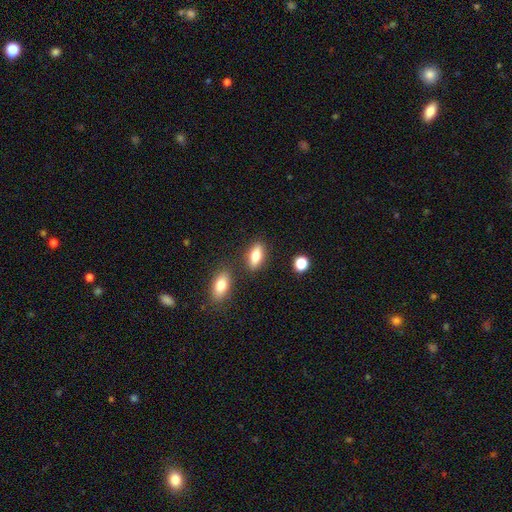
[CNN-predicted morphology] smooth-or-featured: smooth: 73% | featured or disk: 19% | star or artifact: 8%
  how-rounded: in between: 78% | cigar-shaped: 18% | round: 5%
  merging: none: 81% | minor disturbance: 10% | merger: 6% | major disturbance: 3%